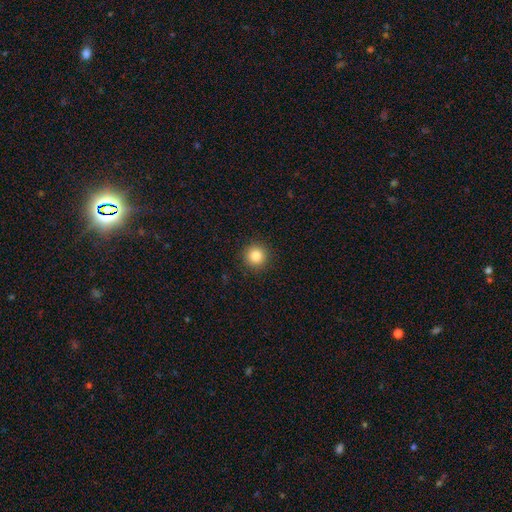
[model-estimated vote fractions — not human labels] Overall: smooth (84%). How rounded: round (95%). Merging: none (92%).